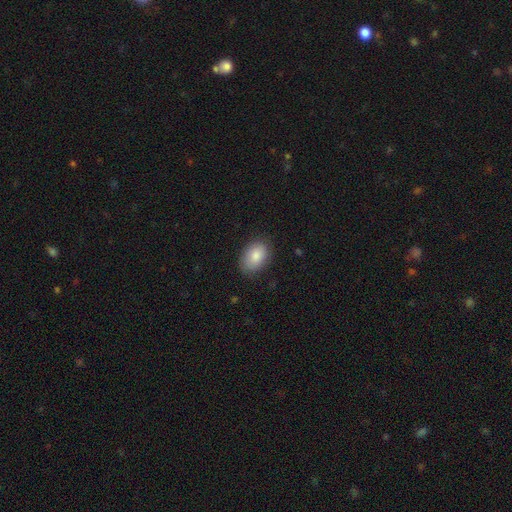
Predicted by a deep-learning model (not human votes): A smooth galaxy with no disk features (86%) that is in between round and cigar-shaped (85%). Merging: none (80%).